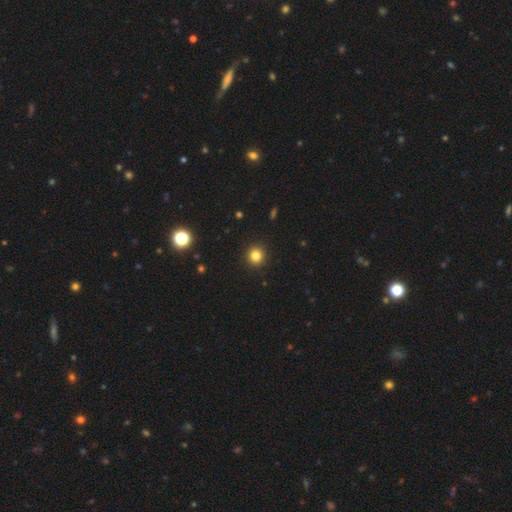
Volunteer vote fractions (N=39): Smooth or featured? smooth (87%)
How rounded? round (94%)
Merging? none (94%)